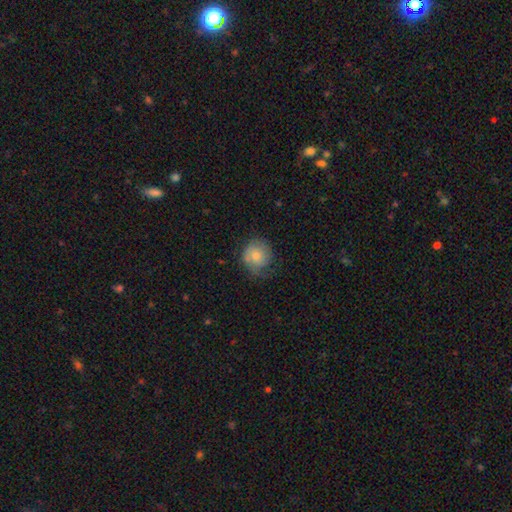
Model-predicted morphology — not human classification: A smooth galaxy with no disk features (59%) that is round (84%). Merging: none (56%).